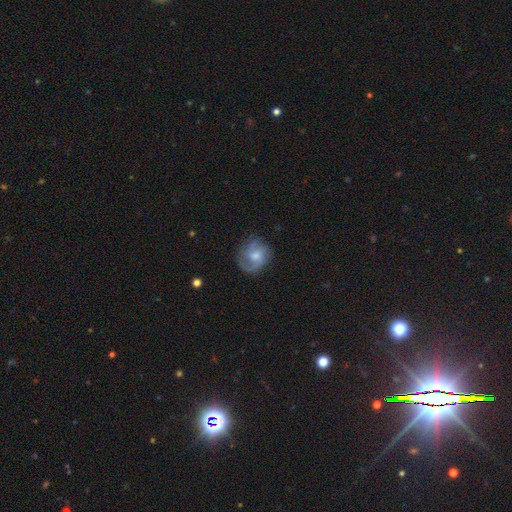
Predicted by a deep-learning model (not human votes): A featured or disk galaxy (47%).

Vote fractions:
- Smooth or featured? featured or disk: 47% / smooth: 45% / star or artifact: 8%
- Merging? none: 63% / minor disturbance: 22% / major disturbance: 13% / merger: 2%